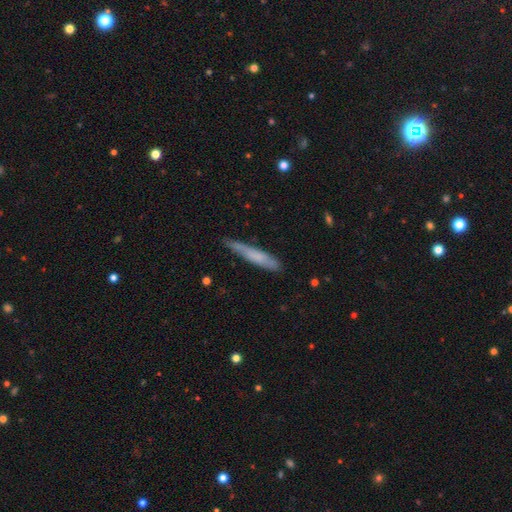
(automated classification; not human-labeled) The model was most divided on "smooth or featured": smooth: 62%, featured or disk: 32%, star or artifact: 7%. More confident: how rounded — cigar-shaped (92%); merging — none (68%).